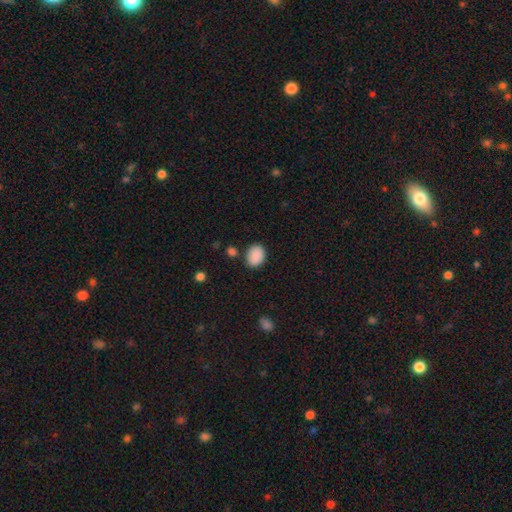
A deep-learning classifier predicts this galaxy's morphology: A smooth galaxy with no disk features (88%) that is in between round and cigar-shaped (64%).

Vote fractions:
- Smooth or featured? smooth: 88% / star or artifact: 8% / featured or disk: 3%
- How rounded? in between: 64% / round: 35% / cigar-shaped: 1%
- Merging? none: 78% / minor disturbance: 14% / merger: 4% / major disturbance: 4%